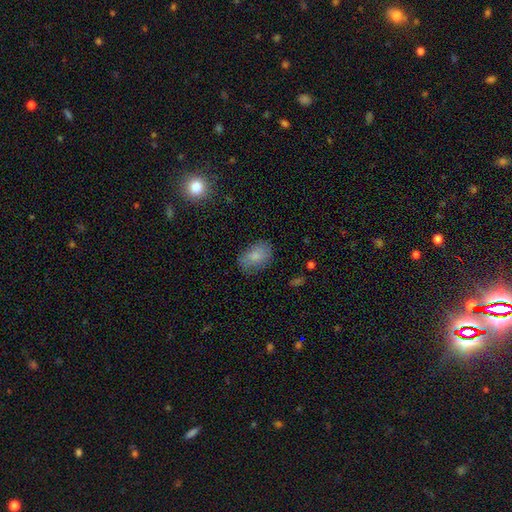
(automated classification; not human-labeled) smooth_or_featured: smooth (p=0.81) [alt: featured or disk p=0.11]
how_rounded: in between (p=0.85) [alt: round p=0.13]
merging: none (p=0.73) [alt: minor disturbance p=0.20]